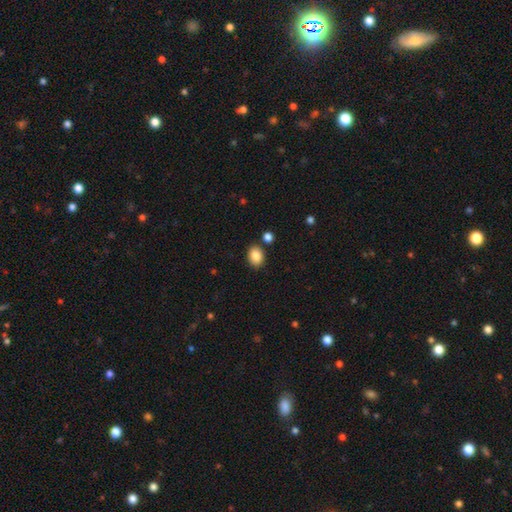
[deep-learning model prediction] This is clearly a smooth galaxy (87%). How rounded: likely in between (60%). Merging: clearly none (83%).